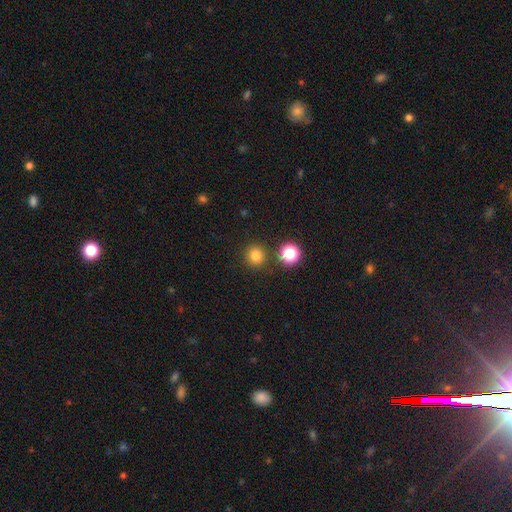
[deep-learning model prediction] Smooth or featured: smooth — 78% (star or artifact — 16%)
How rounded: round — 92% (in between — 7%)
Merging: none — 86% (minor disturbance — 7%)